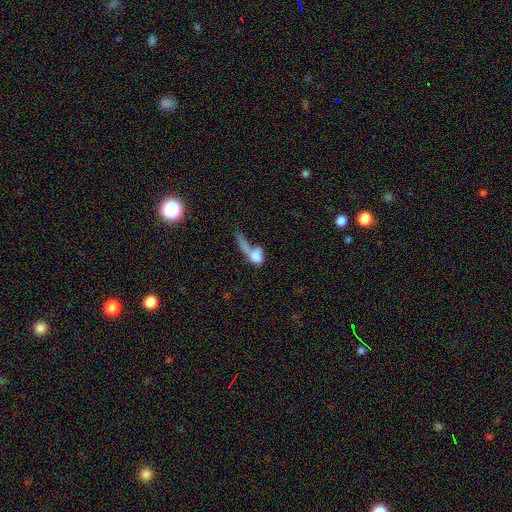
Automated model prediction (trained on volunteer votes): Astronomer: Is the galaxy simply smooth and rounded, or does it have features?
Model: smooth — 65%.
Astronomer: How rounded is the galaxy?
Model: in between — 61%.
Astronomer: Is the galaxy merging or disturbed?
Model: merger — 38% (runner-up: major disturbance, 36%).